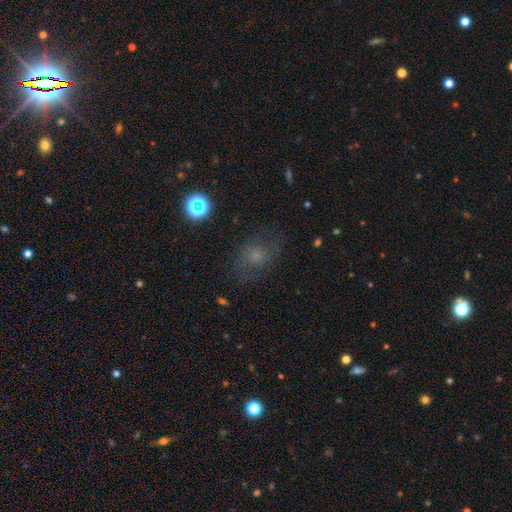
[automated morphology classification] smooth-or-featured: smooth: 49% | featured or disk: 28% | star or artifact: 23%
  merging: none: 67% | minor disturbance: 19% | major disturbance: 12% | merger: 2%